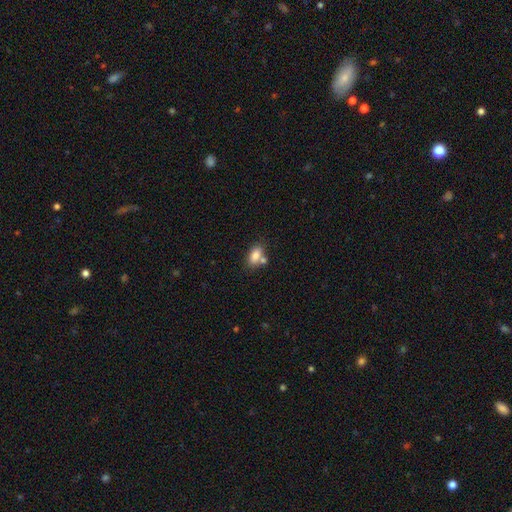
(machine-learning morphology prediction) type=smooth (81%); roundness=in between (87%); merging=none (54%).